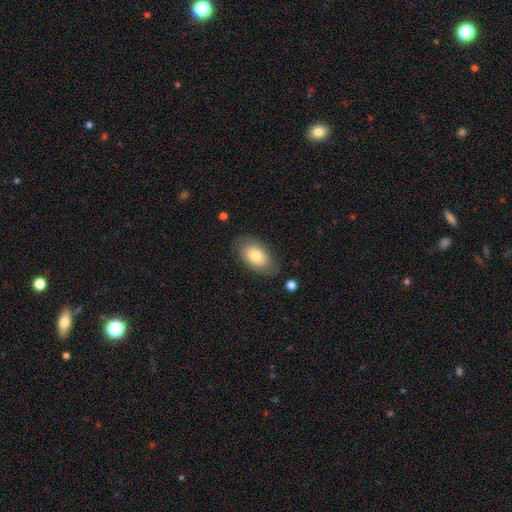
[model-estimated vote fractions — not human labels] smooth_or_featured: smooth (p=0.70) [alt: featured or disk p=0.23]
how_rounded: in between (p=0.91) [alt: round p=0.07]
merging: none (p=0.78) [alt: minor disturbance p=0.16]